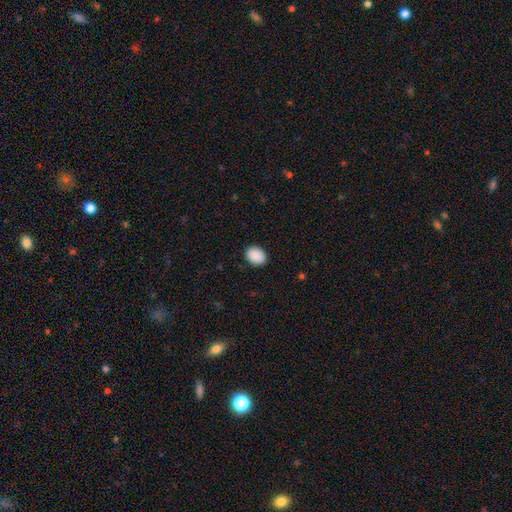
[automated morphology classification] smooth 91%, star or artifact 7%, featured or disk 2%. Down the decision tree: how rounded — in between (63%); merging — none (90%).